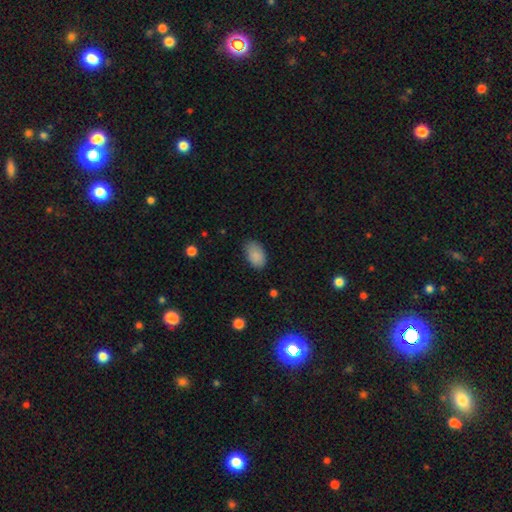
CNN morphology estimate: smooth_or_featured: smooth (p=0.88) [alt: star or artifact p=0.08]
how_rounded: in between (p=0.91) [alt: round p=0.07]
merging: none (p=0.79) [alt: minor disturbance p=0.17]